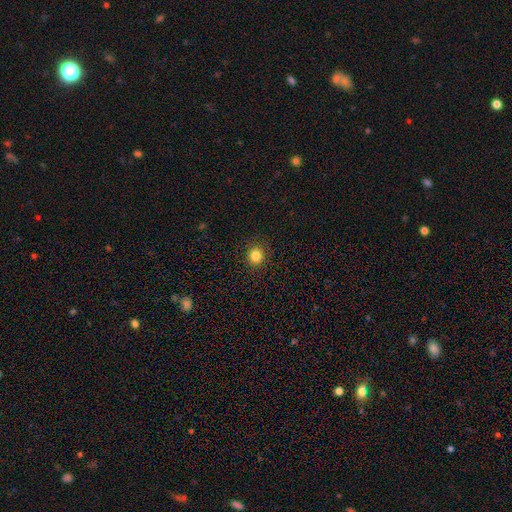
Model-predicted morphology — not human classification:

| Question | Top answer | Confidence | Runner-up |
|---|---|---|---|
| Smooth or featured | smooth | 84% | star or artifact (12%) |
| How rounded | round | 90% | in between (9%) |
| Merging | none | 91% | minor disturbance (6%) |